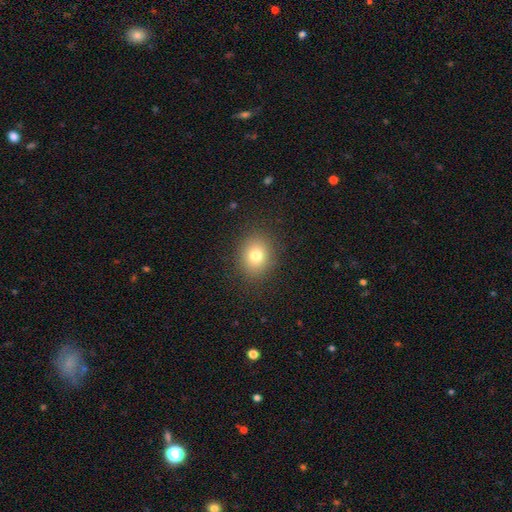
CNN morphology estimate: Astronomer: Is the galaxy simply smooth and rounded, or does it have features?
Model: smooth — 79%.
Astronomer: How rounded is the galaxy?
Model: round — 61% (runner-up: in between, 38%).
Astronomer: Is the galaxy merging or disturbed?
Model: none — 88%.